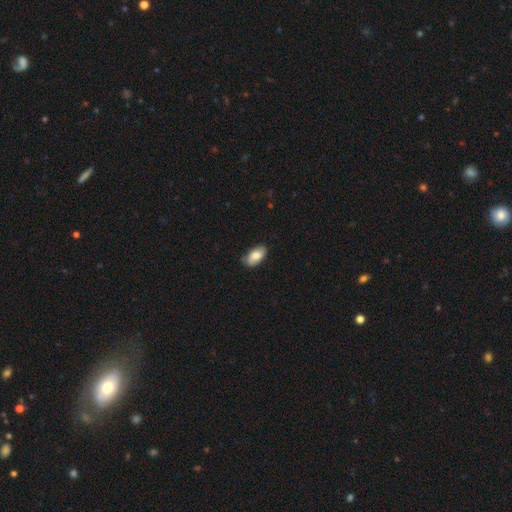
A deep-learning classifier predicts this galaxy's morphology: A smooth galaxy with no disk features (79%) that is in between round and cigar-shaped (94%). Merging: none (76%).